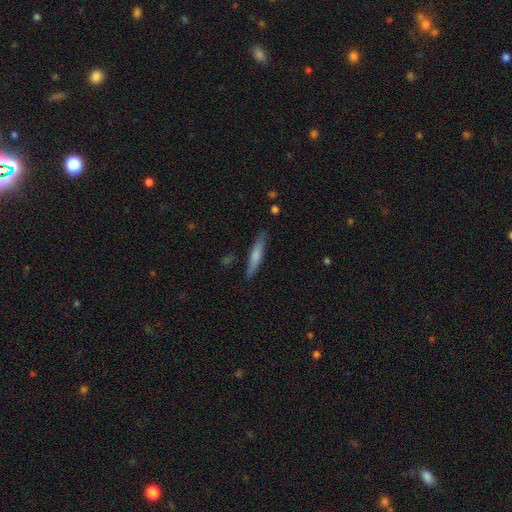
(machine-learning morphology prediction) A smooth galaxy with no disk features (56%) that is cigar-shaped (90%).

Vote fractions:
- Smooth or featured? smooth: 56% / featured or disk: 38% / star or artifact: 6%
- How rounded? cigar-shaped: 90% / in between: 8% / round: 2%
- Merging? none: 87% / minor disturbance: 10% / major disturbance: 2% / merger: 2%